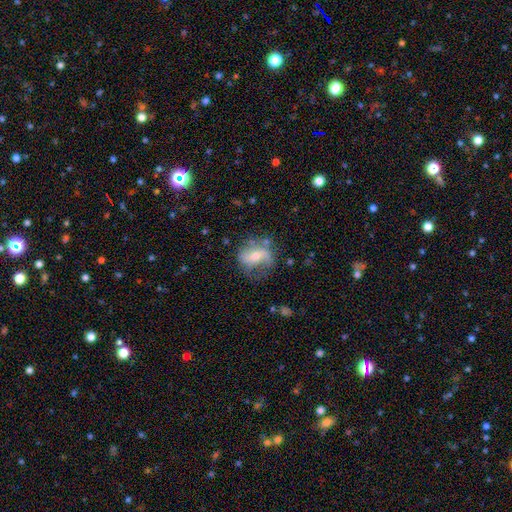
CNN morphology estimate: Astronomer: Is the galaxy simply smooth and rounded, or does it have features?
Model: featured or disk — 61%.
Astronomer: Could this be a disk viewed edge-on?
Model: no — 95%.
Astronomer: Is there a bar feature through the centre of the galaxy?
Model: weak — 38%, tied with no at 38%.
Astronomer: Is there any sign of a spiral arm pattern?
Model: yes — 78%.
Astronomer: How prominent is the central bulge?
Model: moderate — 52% (runner-up: small, 40%).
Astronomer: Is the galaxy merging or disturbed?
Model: none — 51%.